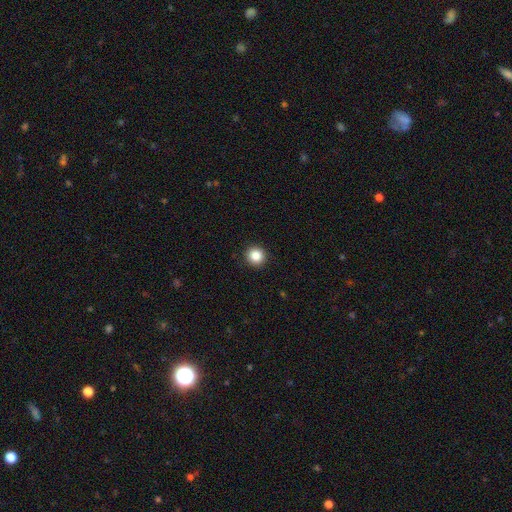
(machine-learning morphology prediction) Smooth or featured? smooth (85%)
How rounded? round (95%)
Merging? none (93%)